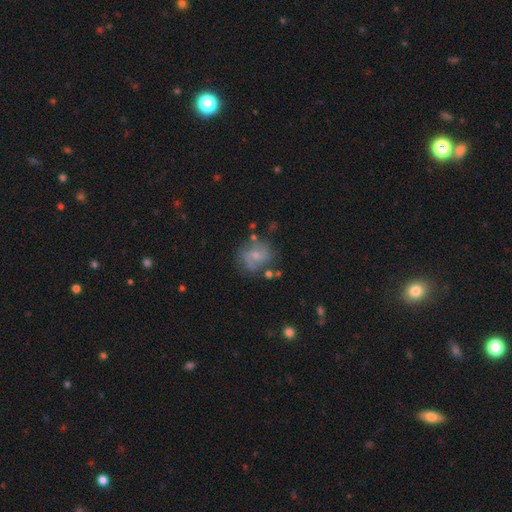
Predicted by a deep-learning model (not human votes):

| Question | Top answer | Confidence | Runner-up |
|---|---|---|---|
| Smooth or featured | featured or disk | 57% | smooth (33%) |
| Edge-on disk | no | 97% | yes (3%) |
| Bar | no | 50% | weak (42%) |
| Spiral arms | yes | 77% | no (23%) |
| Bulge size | small | 55% | moderate (31%) |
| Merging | none | 62% | minor disturbance (21%) |